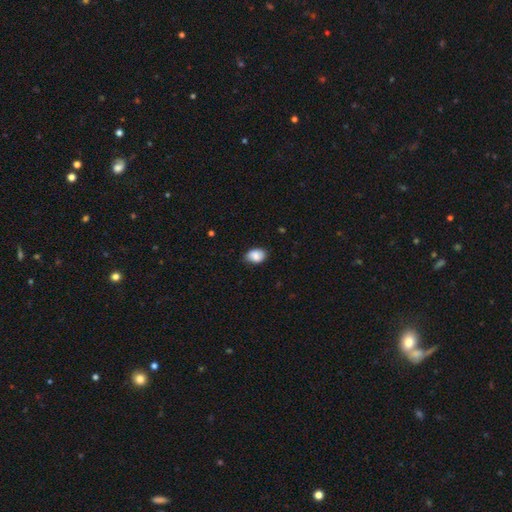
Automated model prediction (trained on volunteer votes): smooth 84%, featured or disk 9%, star or artifact 8%. Down the decision tree: how rounded — in between (79%); merging — none (73%).